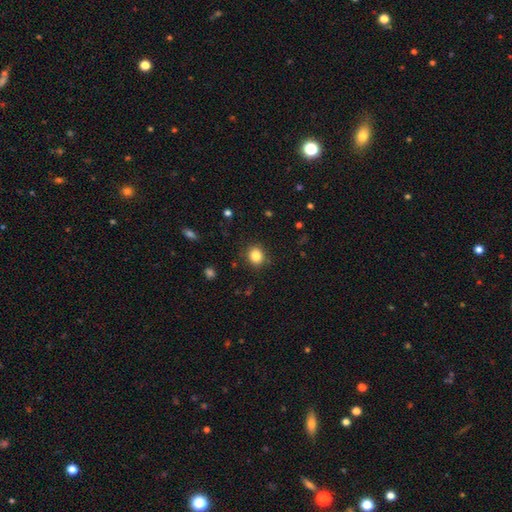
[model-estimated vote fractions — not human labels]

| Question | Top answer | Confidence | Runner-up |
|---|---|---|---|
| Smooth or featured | smooth | 84% | star or artifact (11%) |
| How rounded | round | 73% | in between (26%) |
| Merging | none | 87% | minor disturbance (9%) |